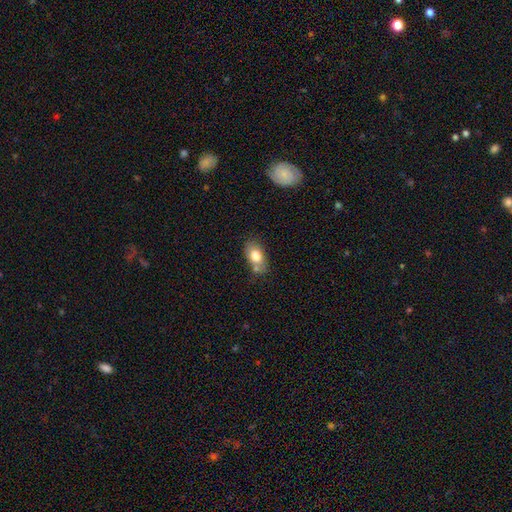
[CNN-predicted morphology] smooth 76%, featured or disk 16%, star or artifact 8%. Down the decision tree: how rounded — in between (85%); merging — none (56%).